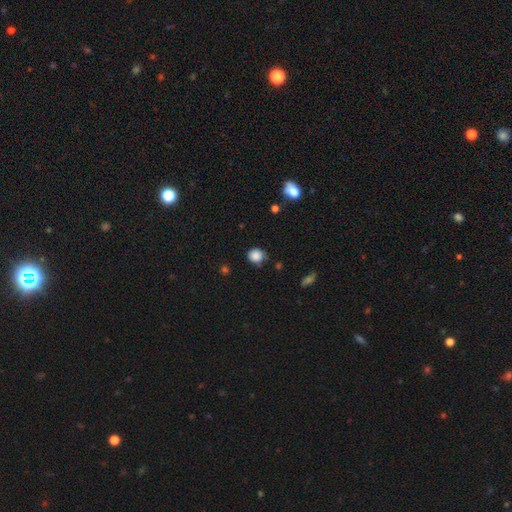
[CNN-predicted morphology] This is clearly a smooth galaxy (84%). How rounded: clearly round (84%). Merging: likely none (73%).